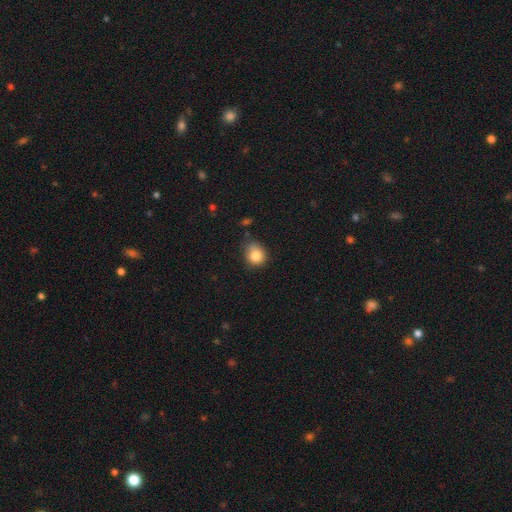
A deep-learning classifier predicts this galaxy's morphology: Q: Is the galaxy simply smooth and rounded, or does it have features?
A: smooth — 82%.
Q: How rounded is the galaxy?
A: round — 67%.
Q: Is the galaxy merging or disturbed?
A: none — 64%.